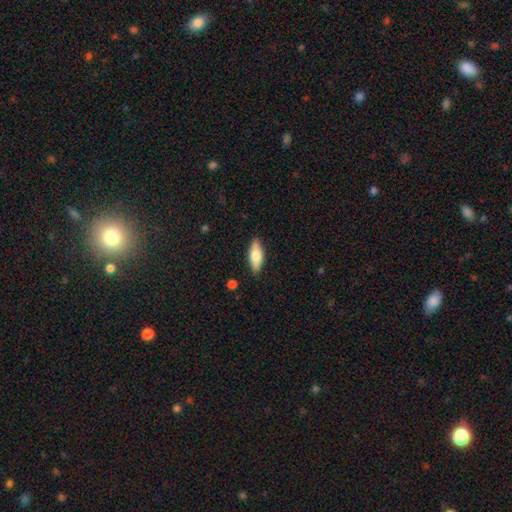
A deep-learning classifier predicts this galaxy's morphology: type=smooth (67%); roundness=in between (70%); merging=none (87%).